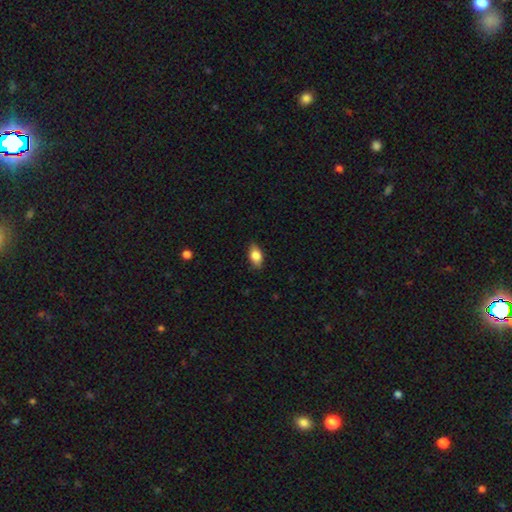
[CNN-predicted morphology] smooth_or_featured: smooth (p=0.81) [alt: featured or disk p=0.12]
how_rounded: in between (p=0.88) [alt: round p=0.07]
merging: none (p=0.85) [alt: minor disturbance p=0.12]